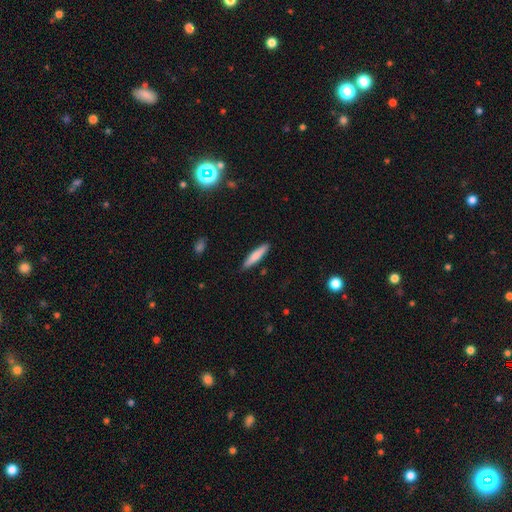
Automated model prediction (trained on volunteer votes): smooth-or-featured: smooth: 75% | featured or disk: 19% | star or artifact: 6%
  how-rounded: cigar-shaped: 87% | in between: 12% | round: 1%
  merging: none: 88% | minor disturbance: 9% | major disturbance: 2% | merger: 1%